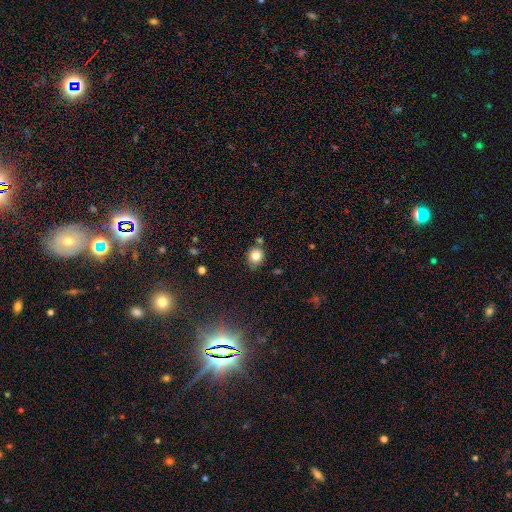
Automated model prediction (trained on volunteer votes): Smooth or featured: smooth — 81% (star or artifact — 11%)
How rounded: round — 67% (in between — 32%)
Merging: none — 72% (minor disturbance — 17%)